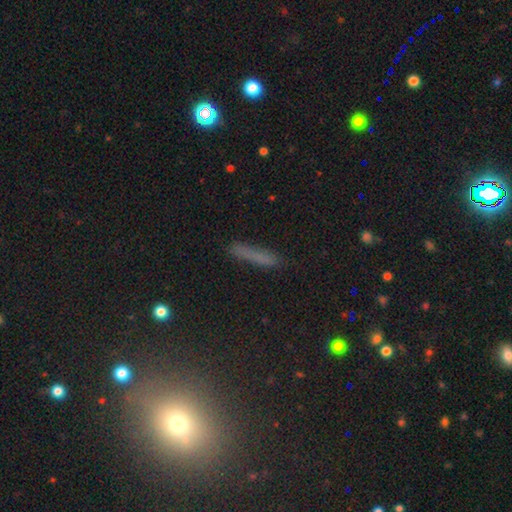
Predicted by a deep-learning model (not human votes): This is likely a smooth galaxy (65%). How rounded: clearly cigar-shaped (90%). Merging: clearly none (80%).